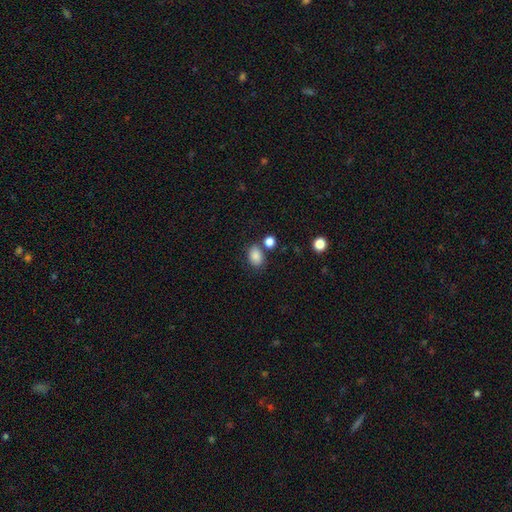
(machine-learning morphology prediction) This is clearly a smooth galaxy (85%). How rounded: likely in between (74%). Merging: likely none (70%).